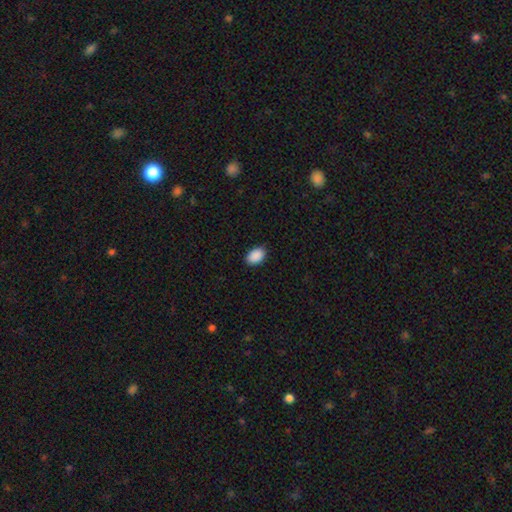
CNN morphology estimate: A smooth galaxy with no disk features (91%) that is in between round and cigar-shaped (89%).

Vote fractions:
- Smooth or featured? smooth: 91% / star or artifact: 7% / featured or disk: 2%
- How rounded? in between: 89% / round: 10% / cigar-shaped: 1%
- Merging? none: 88% / minor disturbance: 9% / major disturbance: 2% / merger: 1%